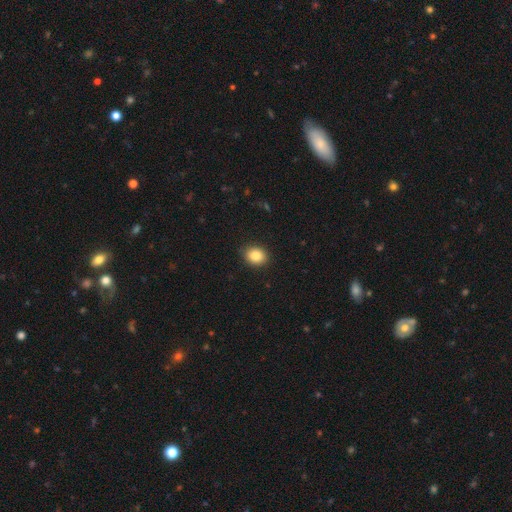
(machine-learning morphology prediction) smooth 86%, star or artifact 9%, featured or disk 5%. Down the decision tree: how rounded — round (51%); merging — none (89%).